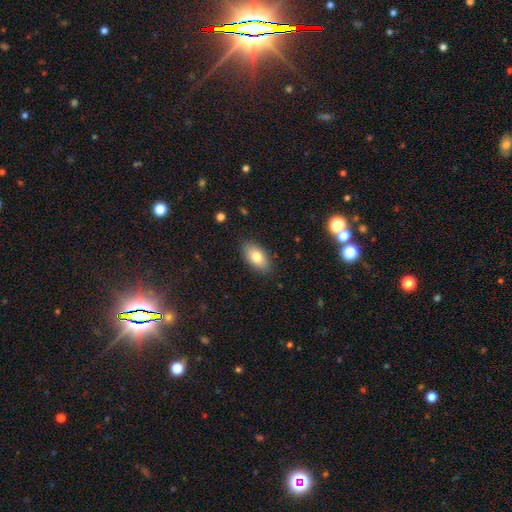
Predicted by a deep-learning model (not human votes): Overall: smooth (79%). How rounded: in between (92%). Merging: none (86%).